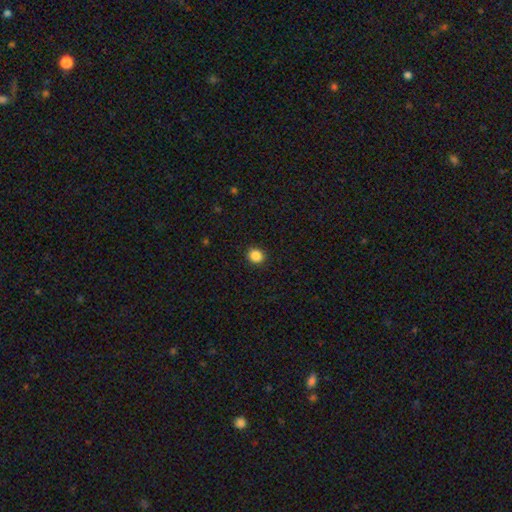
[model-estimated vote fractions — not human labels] A smooth galaxy with no disk features (87%) that is round (80%).

Vote fractions:
- Smooth or featured? smooth: 87% / star or artifact: 10% / featured or disk: 3%
- How rounded? round: 80% / in between: 20% / cigar-shaped: 1%
- Merging? none: 92% / minor disturbance: 6% / major disturbance: 2% / merger: 1%